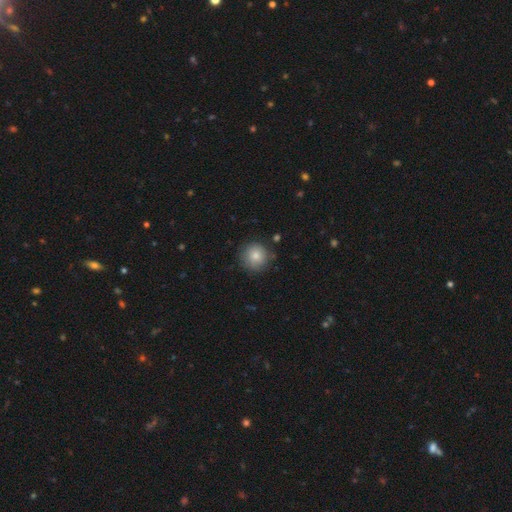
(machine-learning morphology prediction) Smooth or featured: smooth — 81% (featured or disk — 10%)
How rounded: round — 94% (in between — 5%)
Merging: none — 84% (minor disturbance — 11%)